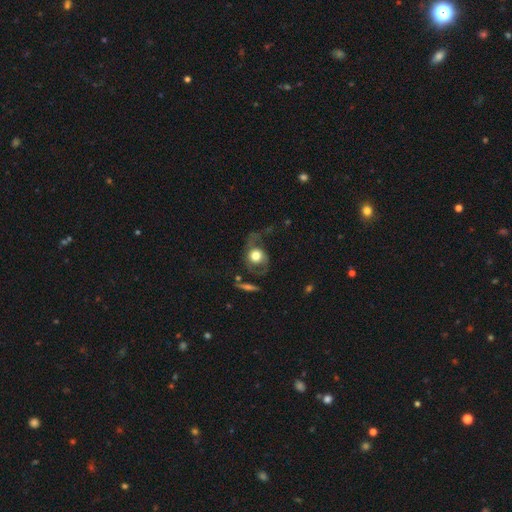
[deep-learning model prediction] smooth_or_featured: smooth (p=0.49) [alt: featured or disk p=0.43]
merging: major disturbance (p=0.45) [alt: none p=0.30]